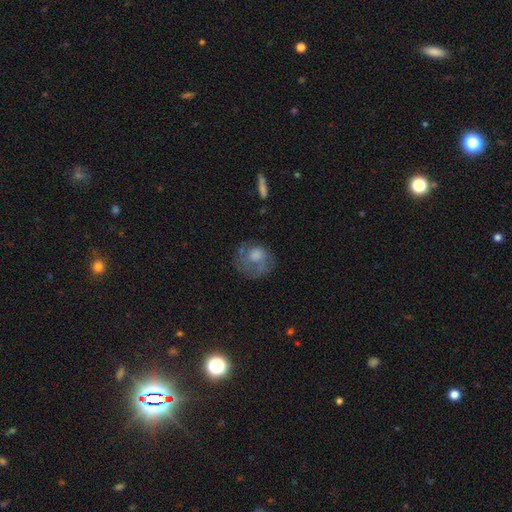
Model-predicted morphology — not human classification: Smooth or featured? Predicted: smooth (p=0.49). Merging? Predicted: none (p=0.53).